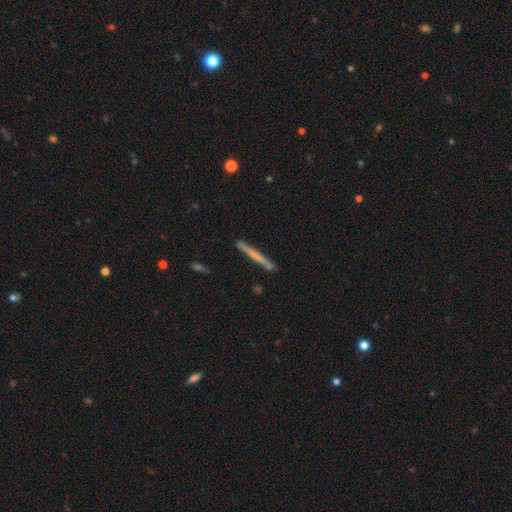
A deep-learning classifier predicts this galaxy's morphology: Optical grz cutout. It shows a smooth galaxy with no disk features (52%) that is cigar-shaped (97%). Merging: none (89%).